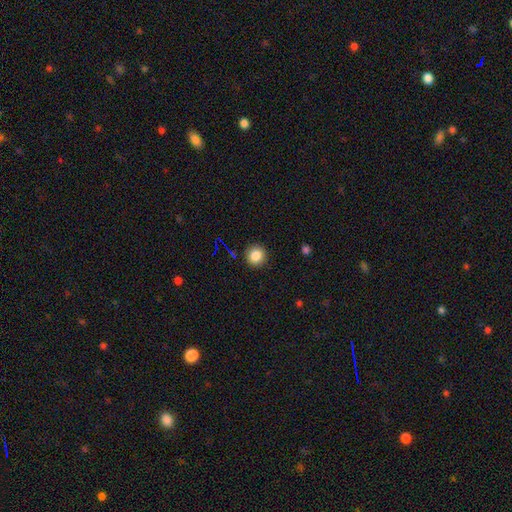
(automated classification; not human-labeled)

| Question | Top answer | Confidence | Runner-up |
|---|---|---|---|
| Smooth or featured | smooth | 84% | star or artifact (11%) |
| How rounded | round | 93% | in between (6%) |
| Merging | none | 90% | minor disturbance (6%) |